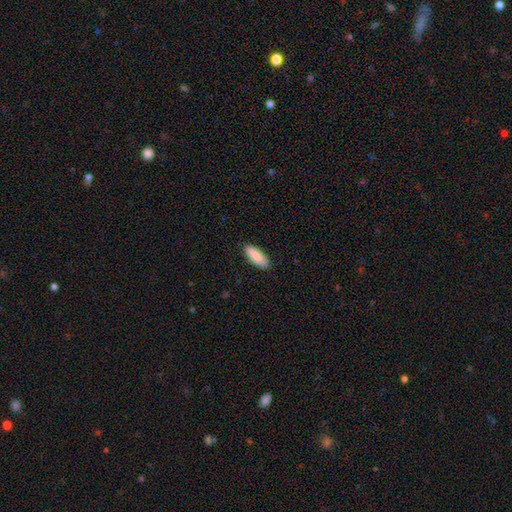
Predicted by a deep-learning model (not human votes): Smooth or featured: smooth — 87% (featured or disk — 7%)
How rounded: in between — 73% (cigar-shaped — 25%)
Merging: none — 88% (minor disturbance — 10%)